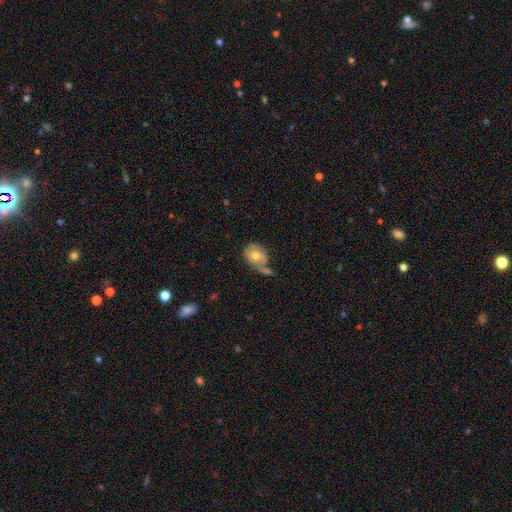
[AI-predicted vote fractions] Smooth or featured?
  - smooth: 67% *
  - featured or disk: 25%
  - star or artifact: 8%
How rounded?
  - round: 52% *
  - in between: 47%
  - cigar-shaped: 1%
Merging?
  - none: 38% *
  - merger: 27%
  - minor disturbance: 22%
  - major disturbance: 13%